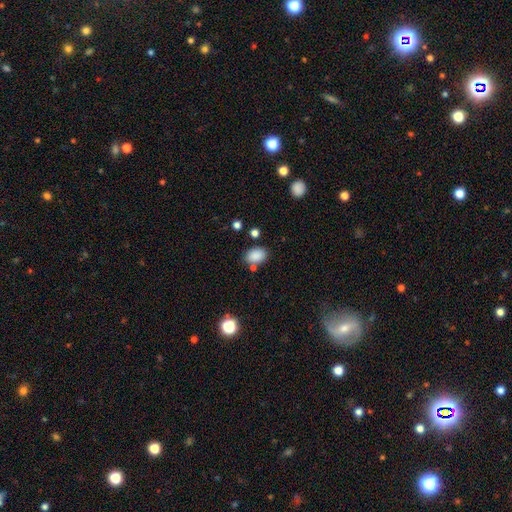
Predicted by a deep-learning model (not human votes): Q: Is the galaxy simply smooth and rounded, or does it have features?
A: smooth — 87%.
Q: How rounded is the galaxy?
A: in between — 78%.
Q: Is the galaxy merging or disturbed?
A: none — 74%.